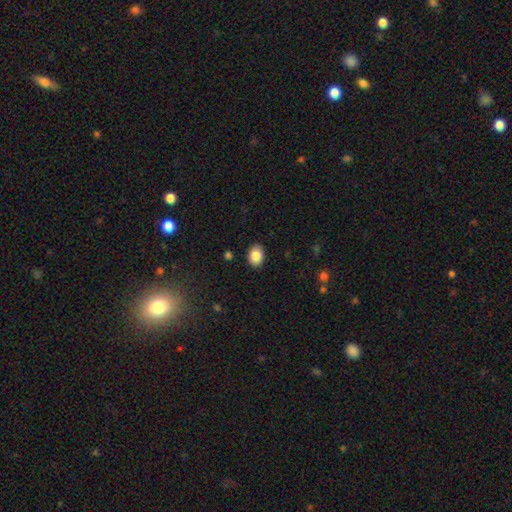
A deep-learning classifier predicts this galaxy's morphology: smooth-or-featured: smooth: 86% | star or artifact: 8% | featured or disk: 6%
  how-rounded: in between: 72% | round: 27% | cigar-shaped: 1%
  merging: none: 89% | minor disturbance: 8% | major disturbance: 2% | merger: 1%